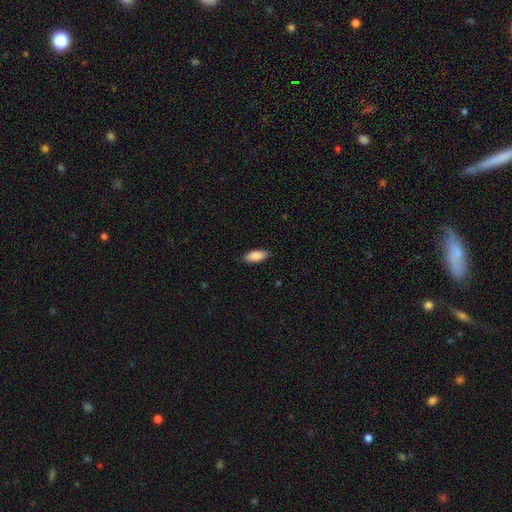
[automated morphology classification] This is clearly a smooth galaxy (86%). How rounded: clearly in between (81%). Merging: clearly none (86%).